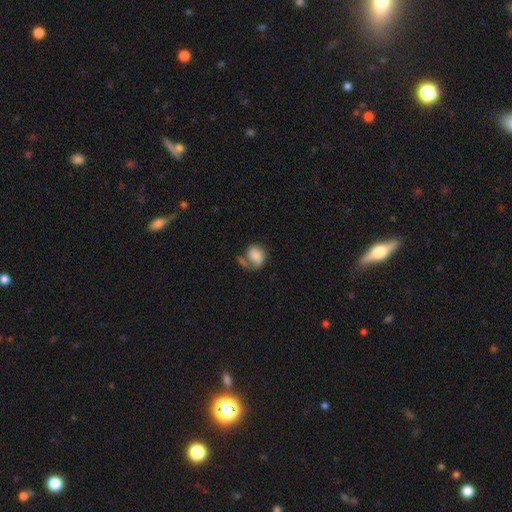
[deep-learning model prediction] A smooth galaxy with no disk features (69%) that is in between round and cigar-shaped (57%). Merging: none (32%).